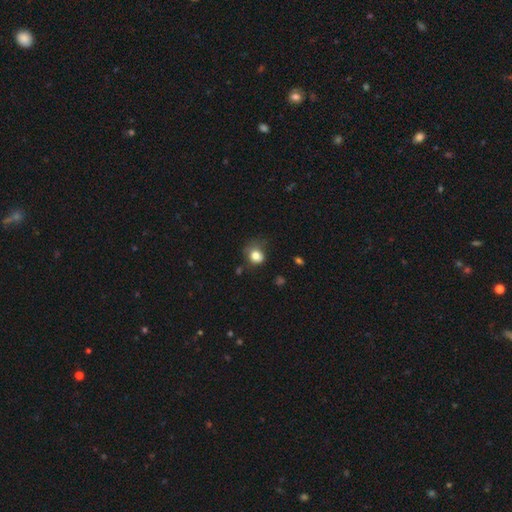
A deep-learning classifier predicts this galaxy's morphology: The model was most divided on "merging": none: 47%, minor disturbance: 32%, major disturbance: 18%, merger: 3%. More confident: smooth or featured — smooth (80%); how rounded — round (68%).